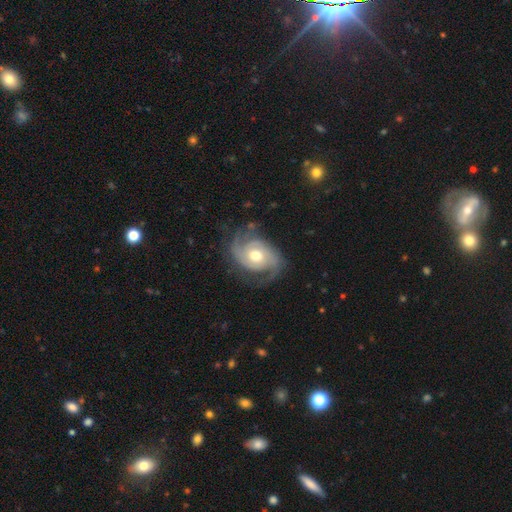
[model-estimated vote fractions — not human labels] featured or disk 87%, smooth 8%, star or artifact 5%. Down the decision tree: edge-on disk — no (97%); bar — no (68%); spiral arms — yes (96%); spiral arm count — 2 (65%); spiral winding — medium (44%); bulge size — moderate (75%); merging — none (69%).